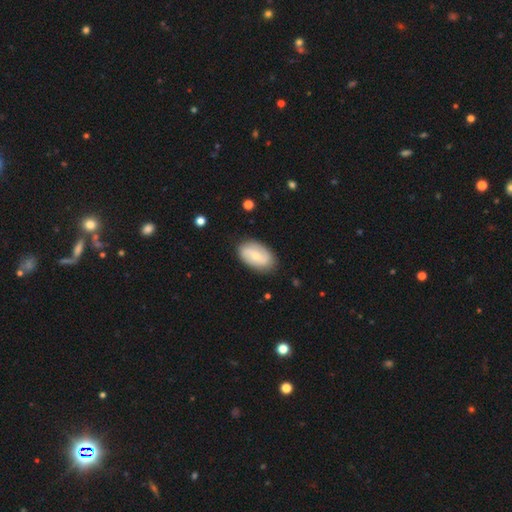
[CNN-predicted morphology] Smooth or featured? smooth (49%)
Merging? none (83%)